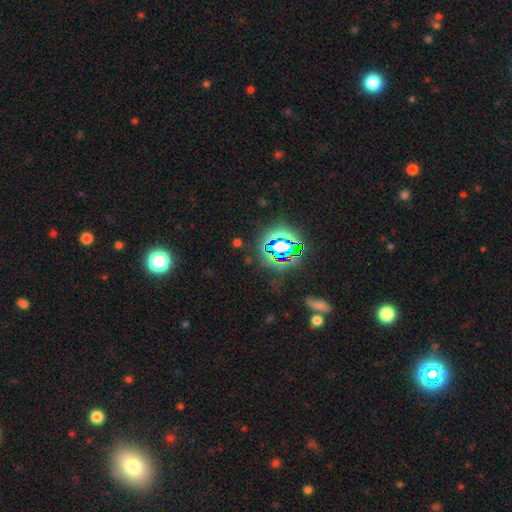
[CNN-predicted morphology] A star or artifact, not a galaxy (76%).